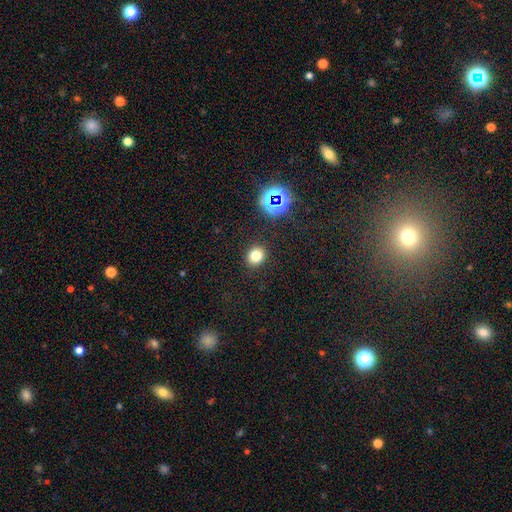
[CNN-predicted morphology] Smooth or featured?
  - smooth: 76% *
  - star or artifact: 18%
  - featured or disk: 6%
How rounded?
  - round: 75% *
  - in between: 24%
  - cigar-shaped: 1%
Merging?
  - none: 89% *
  - minor disturbance: 7%
  - major disturbance: 3%
  - merger: 1%